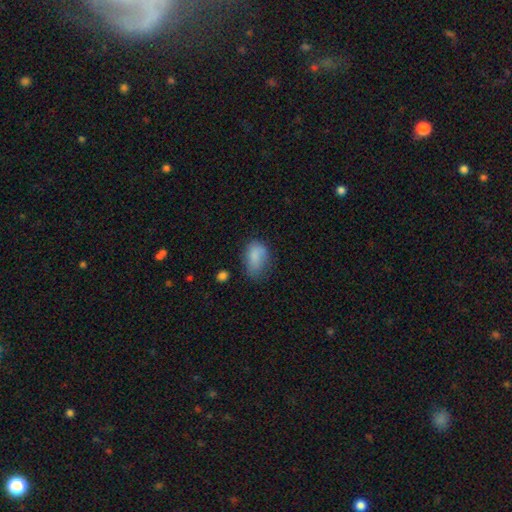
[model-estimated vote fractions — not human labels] smooth 82%, featured or disk 9%, star or artifact 9%. Down the decision tree: how rounded — in between (85%); merging — none (49%).